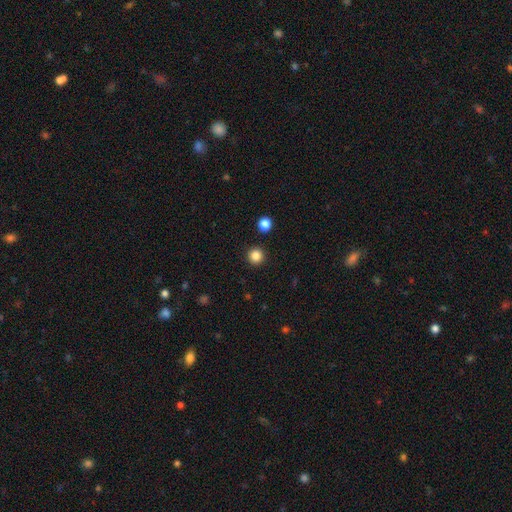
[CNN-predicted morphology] This appears to be a smooth galaxy with no disk features (85%) that is round (95%). Merging: none (92%).